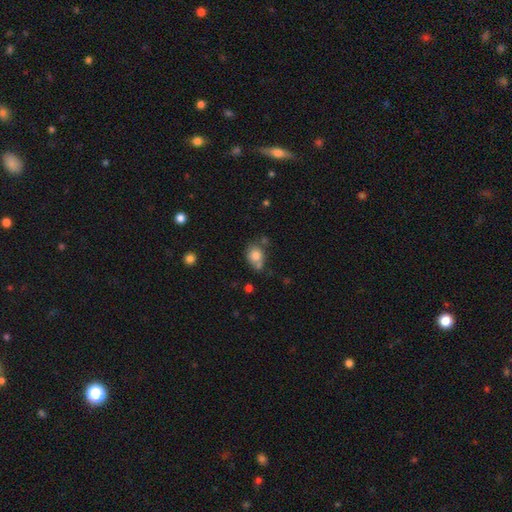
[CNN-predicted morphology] A smooth galaxy with no disk features (78%) that is round (50%).

Vote fractions:
- Smooth or featured? smooth: 78% / featured or disk: 12% / star or artifact: 10%
- How rounded? round: 50% / in between: 49% / cigar-shaped: 1%
- Merging? none: 50% / minor disturbance: 22% / merger: 21% / major disturbance: 7%